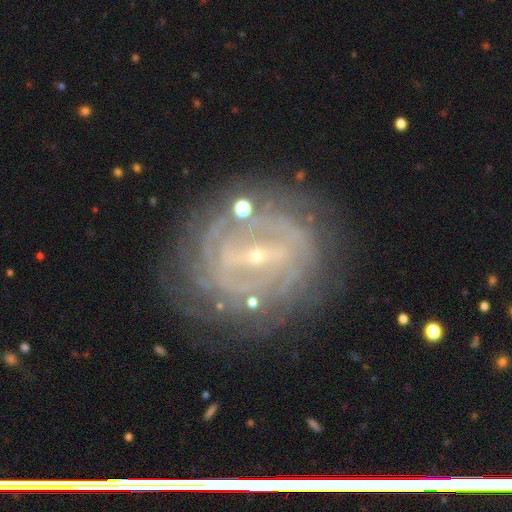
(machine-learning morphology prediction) featured or disk 85%, smooth 8%, star or artifact 7%. Down the decision tree: edge-on disk — no (96%); bar — strong (48%); spiral arms — yes (86%); spiral arm count — can't tell (43%); spiral winding — tight (69%); bulge size — small (81%); merging — none (75%).